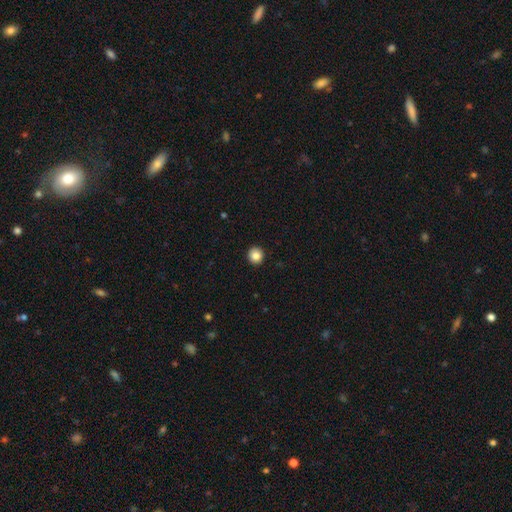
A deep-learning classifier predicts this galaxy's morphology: Q: Smooth or featured?
A: smooth (86%); runner-up: star or artifact (9%)
Q: How rounded?
A: round (90%); runner-up: in between (9%)
Q: Merging?
A: none (93%); runner-up: minor disturbance (5%)